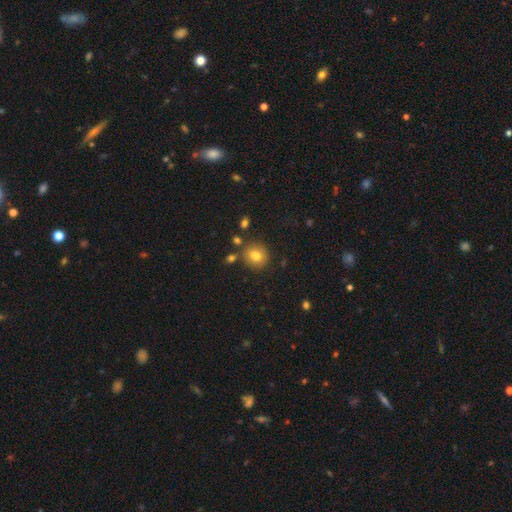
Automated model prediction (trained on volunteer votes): This is likely a smooth galaxy (78%). How rounded: likely round (71%). Merging: likely none (74%).